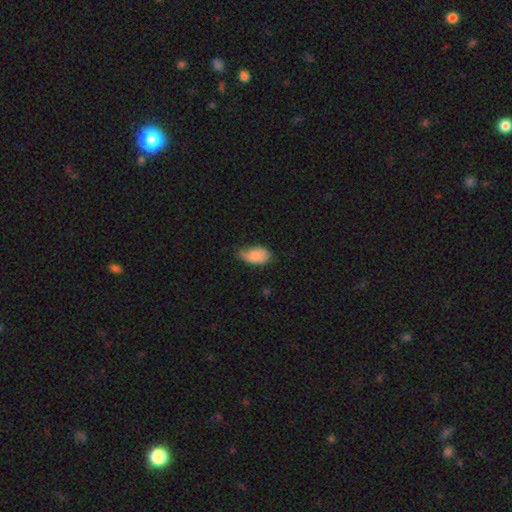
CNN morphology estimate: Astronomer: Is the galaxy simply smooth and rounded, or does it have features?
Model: smooth — 82%.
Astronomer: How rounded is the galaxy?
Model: in between — 93%.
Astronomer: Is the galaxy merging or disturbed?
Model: minor disturbance — 49% (runner-up: none, 37%).